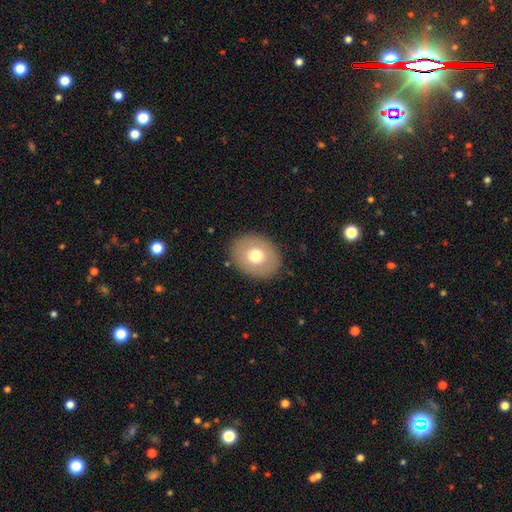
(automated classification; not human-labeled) This is likely a smooth galaxy (68%). How rounded: possibly round (55%). Merging: clearly none (88%).